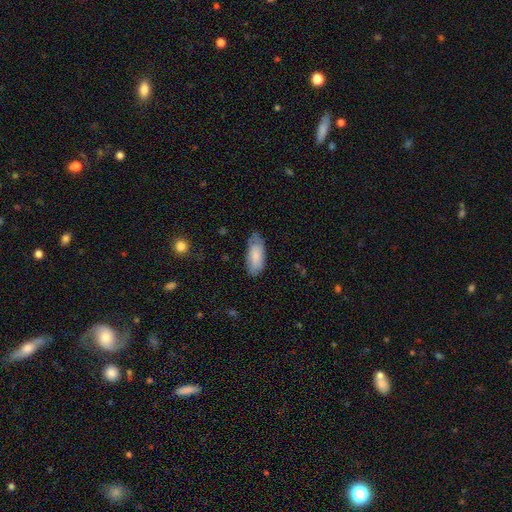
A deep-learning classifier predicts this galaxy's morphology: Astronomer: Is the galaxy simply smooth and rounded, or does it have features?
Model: smooth — 81%.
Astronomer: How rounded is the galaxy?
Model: in between — 83%.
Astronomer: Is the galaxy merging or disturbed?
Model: none — 72%.